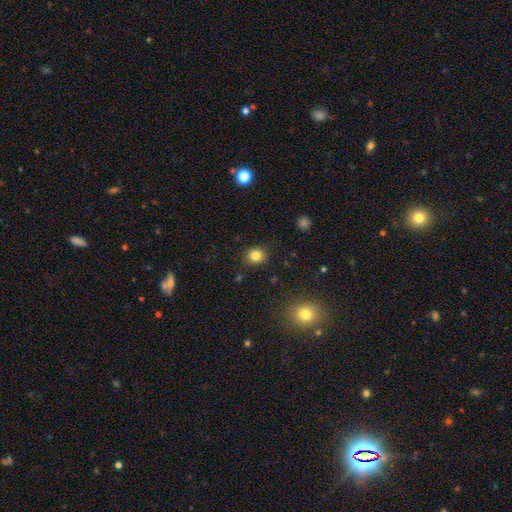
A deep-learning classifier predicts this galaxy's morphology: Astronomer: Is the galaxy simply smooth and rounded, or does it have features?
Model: smooth — 83%.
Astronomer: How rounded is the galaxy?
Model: round — 80%.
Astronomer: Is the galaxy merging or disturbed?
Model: none — 86%.